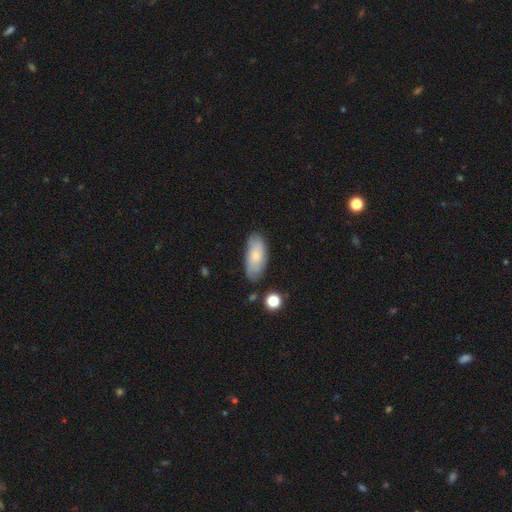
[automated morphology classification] This is likely a smooth galaxy (69%). How rounded: clearly in between (89%). Merging: likely none (75%).